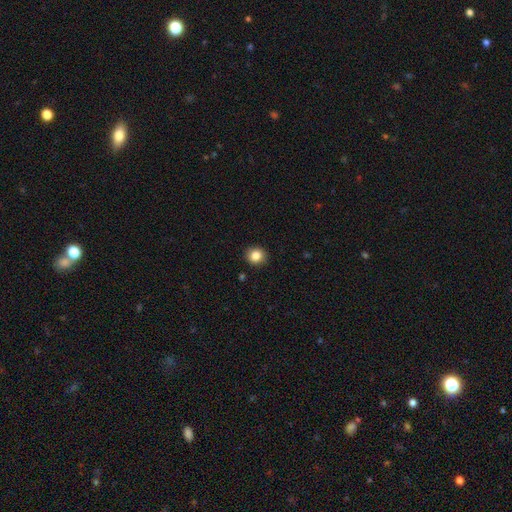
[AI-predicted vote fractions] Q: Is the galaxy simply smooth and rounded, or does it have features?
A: smooth — 85%.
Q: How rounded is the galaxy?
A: round — 87%.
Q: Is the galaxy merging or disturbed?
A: none — 91%.